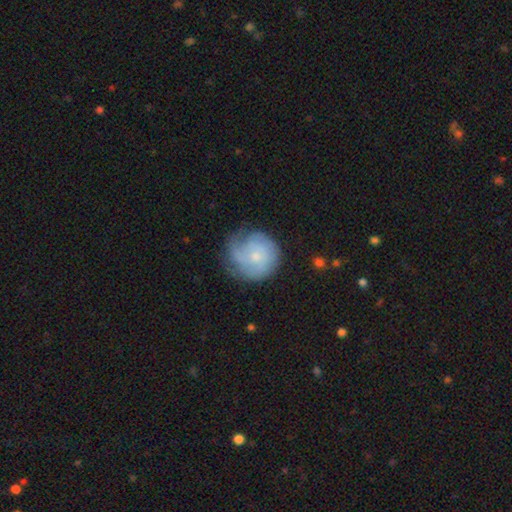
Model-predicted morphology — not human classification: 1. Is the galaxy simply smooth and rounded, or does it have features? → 57% featured or disk, 36% smooth, 7% star or artifact.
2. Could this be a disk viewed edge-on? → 98% no, 2% yes.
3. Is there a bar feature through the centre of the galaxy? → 78% no, 20% weak, 2% strong.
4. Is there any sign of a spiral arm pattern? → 84% yes, 16% no.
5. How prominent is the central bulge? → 67% small, 24% moderate, 6% none, 2% large, 1% dominant.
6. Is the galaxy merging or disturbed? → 57% none, 26% minor disturbance, 15% major disturbance, 2% merger.